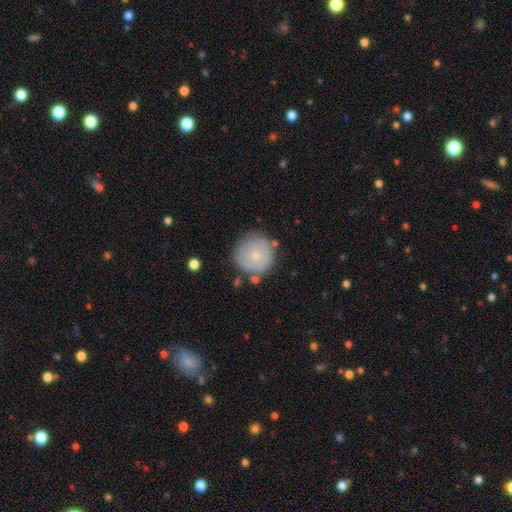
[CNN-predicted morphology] Overall: smooth (67%). How rounded: round (95%). Merging: none (75%).